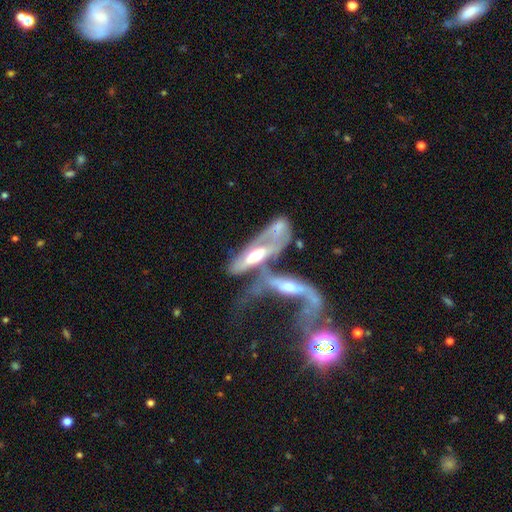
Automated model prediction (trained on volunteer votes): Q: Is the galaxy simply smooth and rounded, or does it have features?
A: featured or disk — 71%.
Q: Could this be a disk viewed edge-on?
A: no — 58%.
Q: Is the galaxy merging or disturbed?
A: merger — 67%.